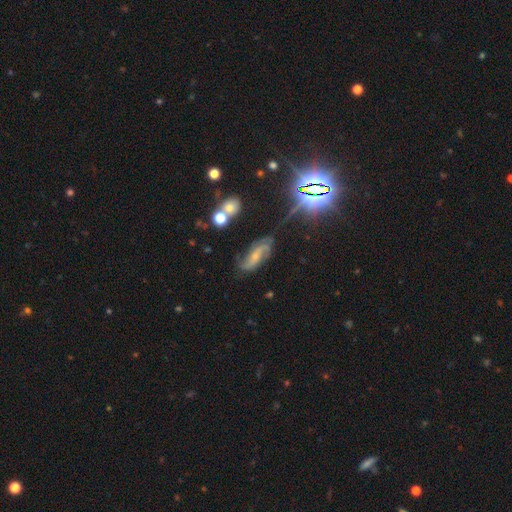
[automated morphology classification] featured or disk 65%, smooth 19%, star or artifact 16%. Down the decision tree: edge-on disk — no (89%); bar — no (45%); spiral arms — yes (92%); spiral arm count — 2 (78%); spiral winding — loose (43%); bulge size — small (60%); merging — none (63%).